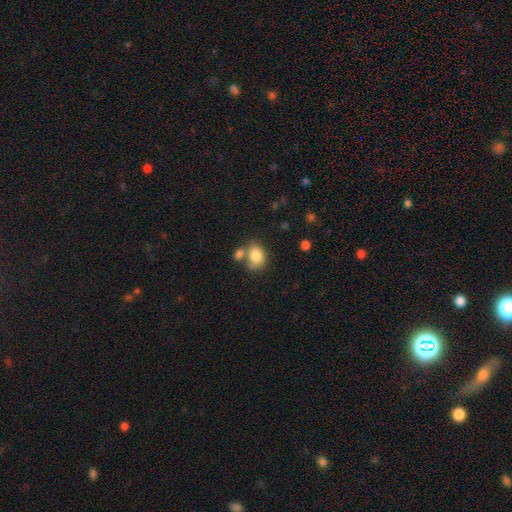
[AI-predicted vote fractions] smooth-or-featured: smooth: 82% | featured or disk: 9% | star or artifact: 9%
  how-rounded: in between: 61% | round: 38% | cigar-shaped: 1%
  merging: none: 47% | merger: 33% | minor disturbance: 15% | major disturbance: 6%